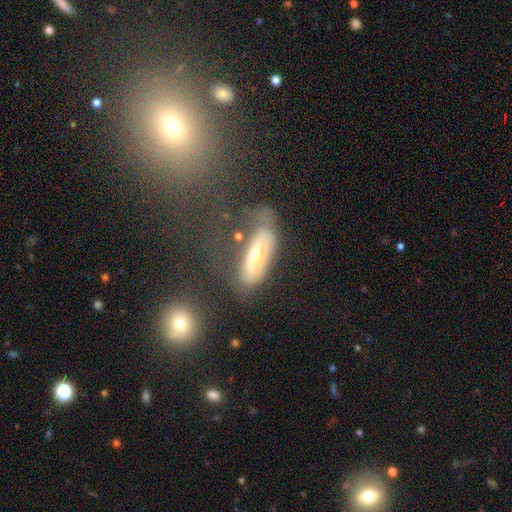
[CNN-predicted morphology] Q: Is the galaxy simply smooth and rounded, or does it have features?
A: featured or disk — 47%.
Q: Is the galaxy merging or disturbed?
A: none — 42%.